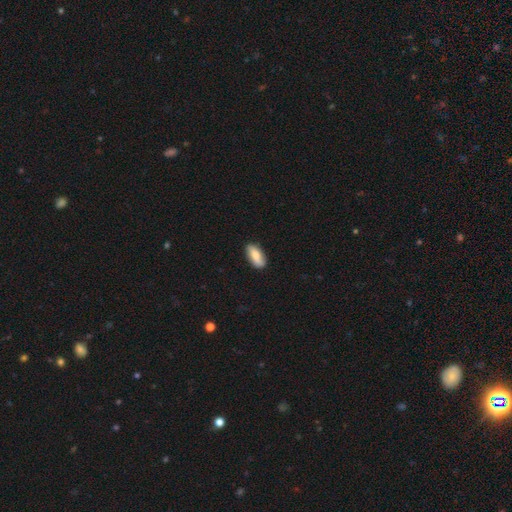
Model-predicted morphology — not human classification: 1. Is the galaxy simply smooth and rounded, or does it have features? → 72% smooth, 22% featured or disk, 6% star or artifact.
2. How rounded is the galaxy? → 86% in between, 11% cigar-shaped, 3% round.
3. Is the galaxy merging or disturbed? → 85% none, 12% minor disturbance, 2% major disturbance, 1% merger.